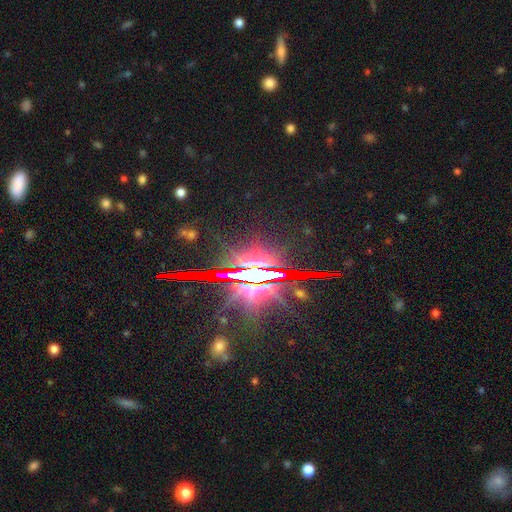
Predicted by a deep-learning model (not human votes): Q: Smooth or featured?
A: star or artifact (80%); runner-up: featured or disk (14%)